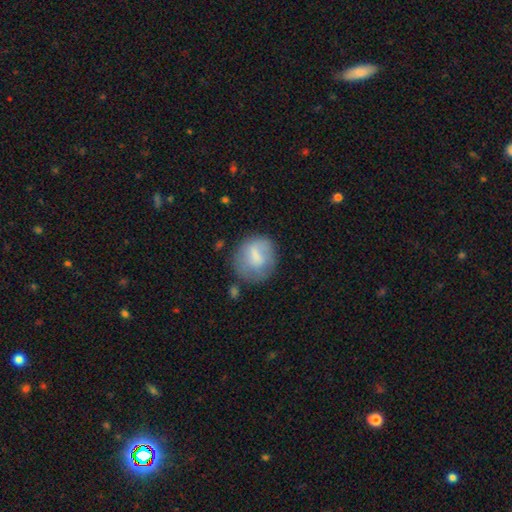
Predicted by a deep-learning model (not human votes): Smooth or featured? Predicted: smooth (p=0.69). How rounded? Predicted: round (p=0.78). Merging? Predicted: none (p=0.62).